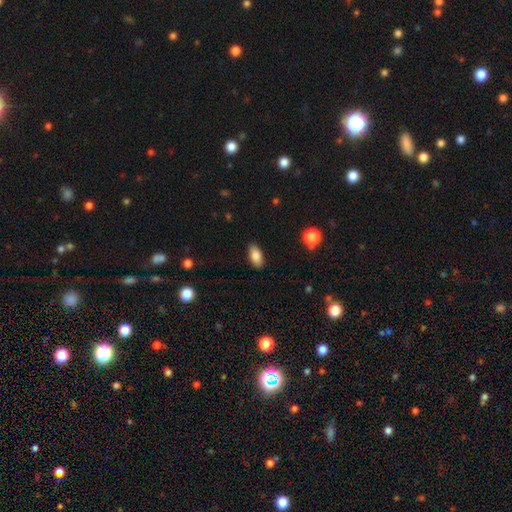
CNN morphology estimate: A smooth galaxy with no disk features (84%) that is in between round and cigar-shaped (90%). Merging: none (88%).